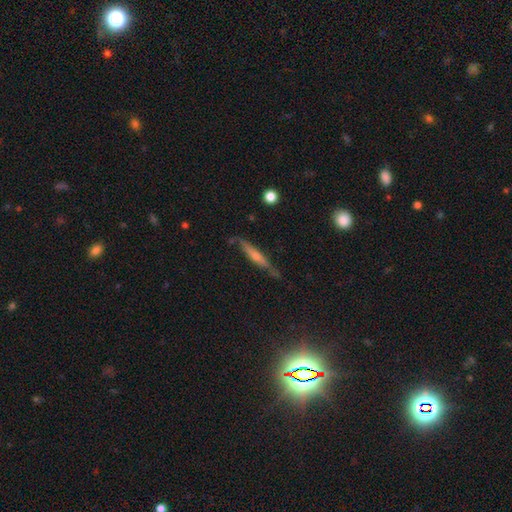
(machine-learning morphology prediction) featured or disk 47%, smooth 45%, star or artifact 8%. Down the decision tree: merging — none (72%).